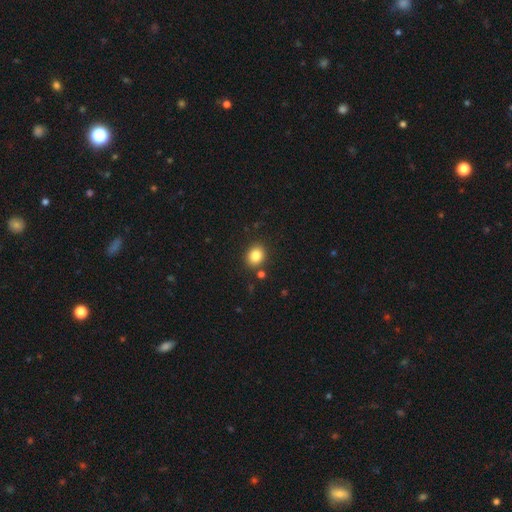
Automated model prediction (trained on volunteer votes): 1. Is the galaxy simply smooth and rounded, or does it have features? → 84% smooth, 10% star or artifact, 6% featured or disk.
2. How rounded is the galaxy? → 58% round, 41% in between, 1% cigar-shaped.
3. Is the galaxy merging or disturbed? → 85% none, 8% minor disturbance, 4% merger, 2% major disturbance.